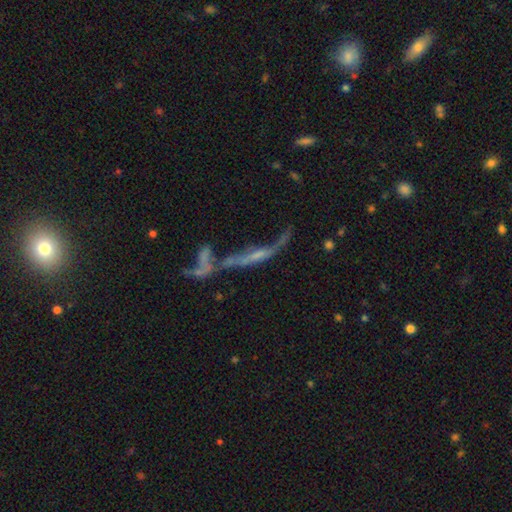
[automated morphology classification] Q: Smooth or featured?
A: featured or disk (62%); runner-up: smooth (25%)
Q: Edge-on disk?
A: no (59%); runner-up: yes (41%)
Q: Merging?
A: merger (46%); runner-up: major disturbance (24%)